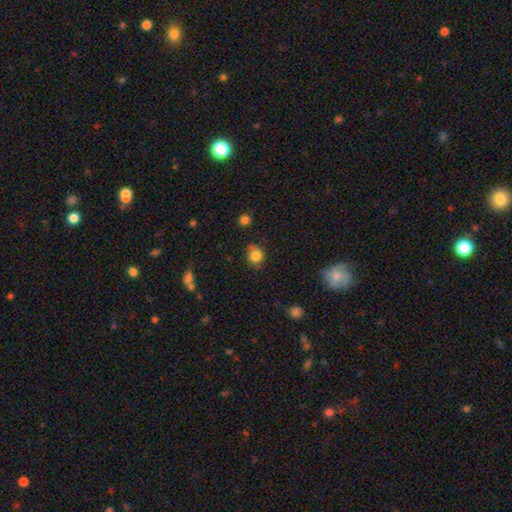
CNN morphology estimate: Overall: smooth (82%). How rounded: round (73%). Merging: none (64%; minor disturbance 27%).